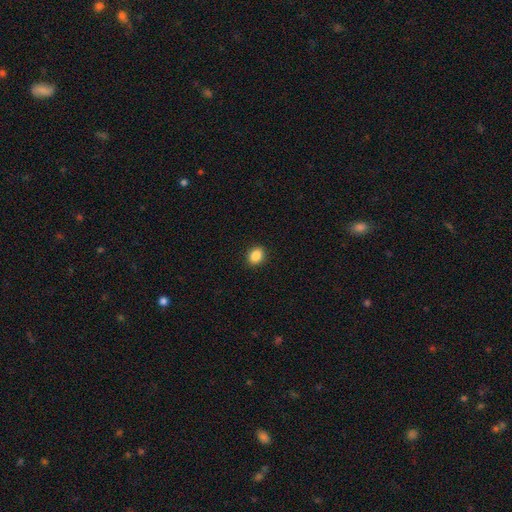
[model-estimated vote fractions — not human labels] Smooth or featured? smooth (87%)
How rounded? in between (50%)
Merging? none (91%)